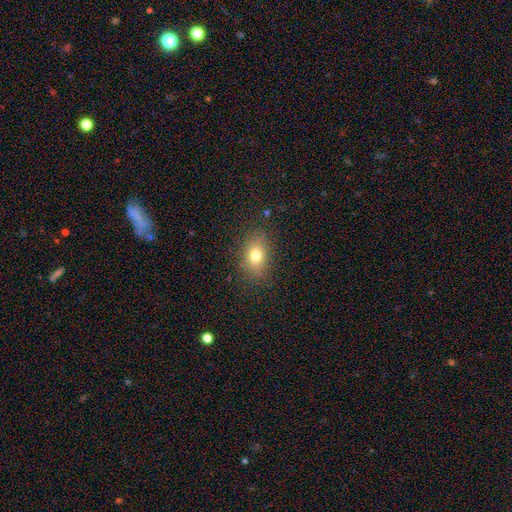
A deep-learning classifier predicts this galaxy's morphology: Q: Smooth or featured?
A: smooth (76%); runner-up: star or artifact (12%)
Q: How rounded?
A: in between (73%); runner-up: round (25%)
Q: Merging?
A: none (83%); runner-up: minor disturbance (12%)